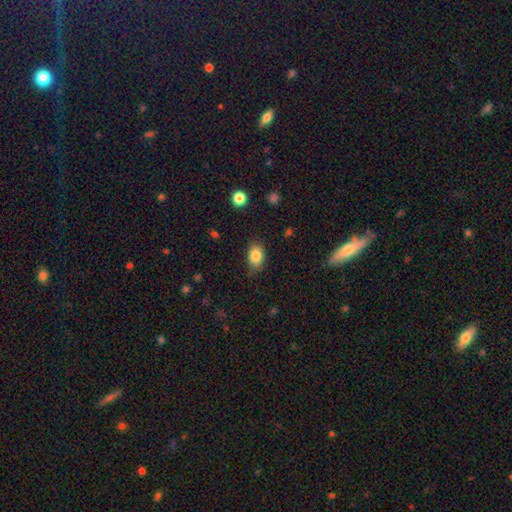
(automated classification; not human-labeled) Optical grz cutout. It shows a smooth galaxy with no disk features (85%) that is in between round and cigar-shaped (81%). Merging: none (79%).